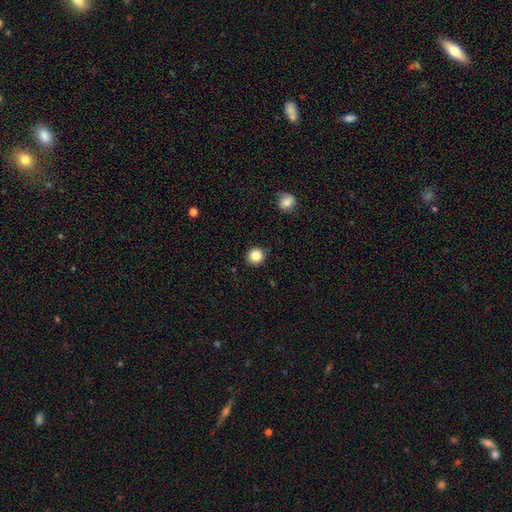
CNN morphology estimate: A smooth galaxy with no disk features (86%) that is round (96%). Merging: none (91%).